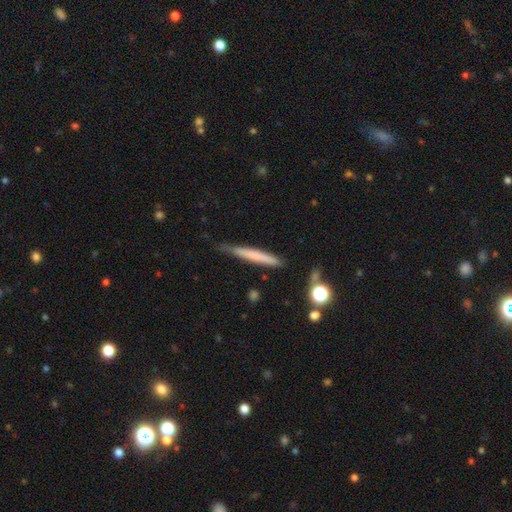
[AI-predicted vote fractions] A smooth galaxy with no disk features (62%) that is cigar-shaped (96%).

Vote fractions:
- Smooth or featured? smooth: 62% / featured or disk: 32% / star or artifact: 7%
- How rounded? cigar-shaped: 96% / in between: 3% / round: 1%
- Merging? none: 73% / minor disturbance: 21% / major disturbance: 4% / merger: 2%